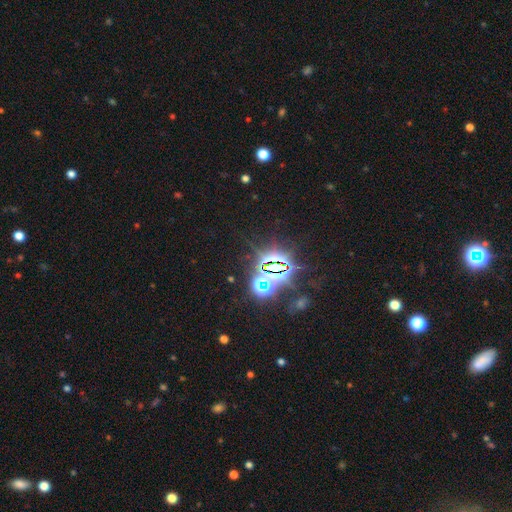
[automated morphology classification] A star or artifact, not a galaxy (83%).